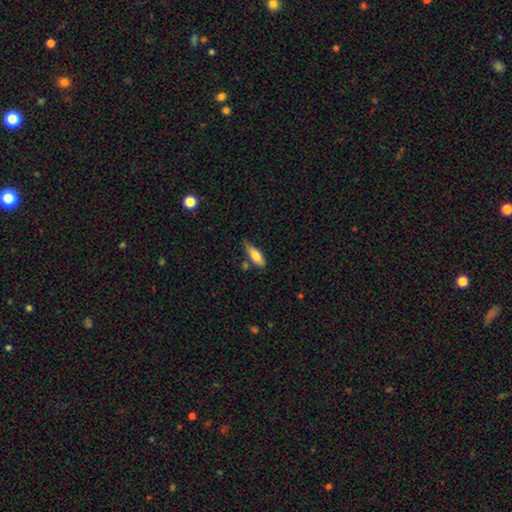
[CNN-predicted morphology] smooth-or-featured: smooth: 77% | featured or disk: 17% | star or artifact: 6%
  how-rounded: in between: 56% | cigar-shaped: 42% | round: 2%
  merging: none: 62% | minor disturbance: 25% | merger: 7% | major disturbance: 5%